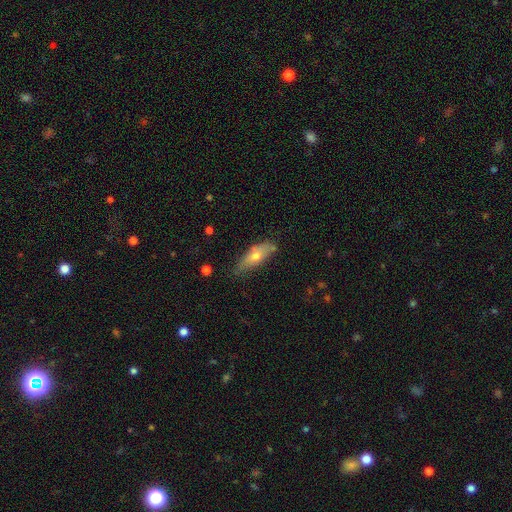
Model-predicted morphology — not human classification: Smooth or featured? smooth (61%)
How rounded? in between (53%)
Merging? none (68%)